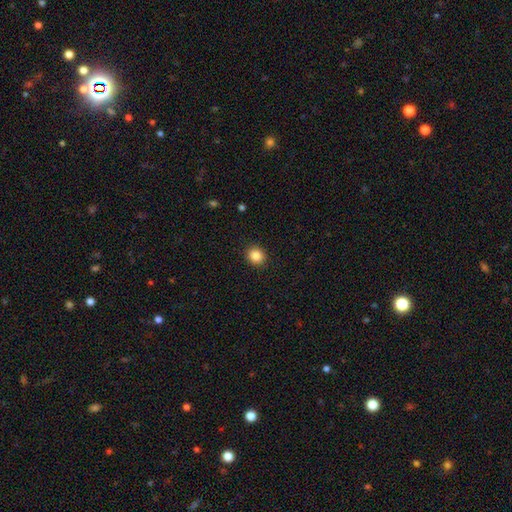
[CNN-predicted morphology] A smooth galaxy with no disk features (86%) that is round (79%).

Vote fractions:
- Smooth or featured? smooth: 86% / star or artifact: 10% / featured or disk: 4%
- How rounded? round: 79% / in between: 20% / cigar-shaped: 1%
- Merging? none: 91% / minor disturbance: 6% / major disturbance: 2% / merger: 1%